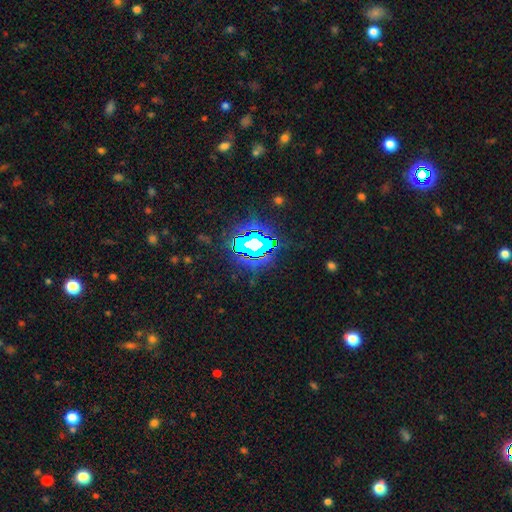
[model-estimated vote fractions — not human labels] Q: Smooth or featured?
A: star or artifact (74%); runner-up: smooth (15%)